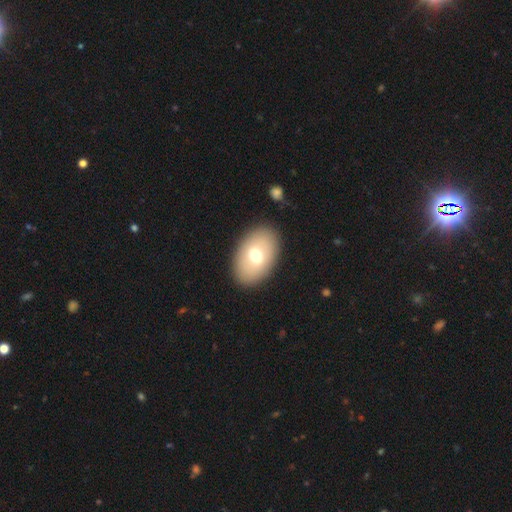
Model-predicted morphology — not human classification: Overall: smooth (67%). How rounded: in between (86%). Merging: none (88%).